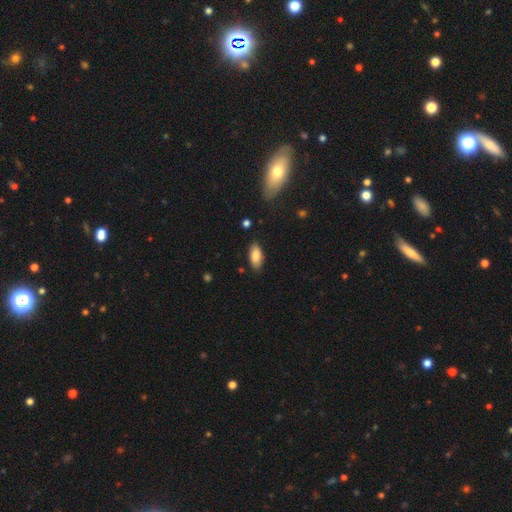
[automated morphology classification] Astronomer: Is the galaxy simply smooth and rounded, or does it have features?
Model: smooth — 84%.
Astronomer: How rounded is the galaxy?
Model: in between — 87%.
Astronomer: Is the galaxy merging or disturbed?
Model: none — 84%.